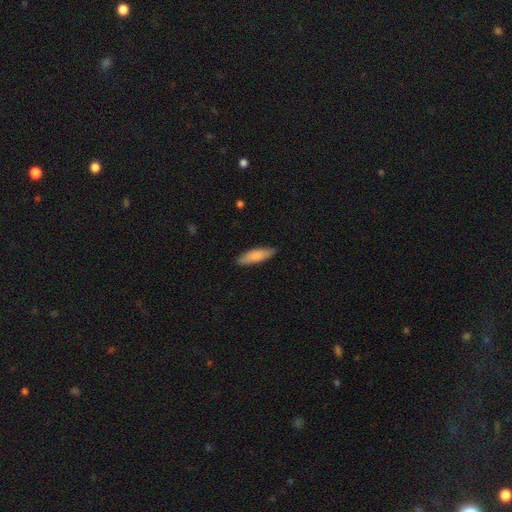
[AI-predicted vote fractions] smooth_or_featured: smooth (p=0.84) [alt: featured or disk p=0.11]
how_rounded: cigar-shaped (p=0.54) [alt: in between p=0.45]
merging: none (p=0.86) [alt: minor disturbance p=0.11]